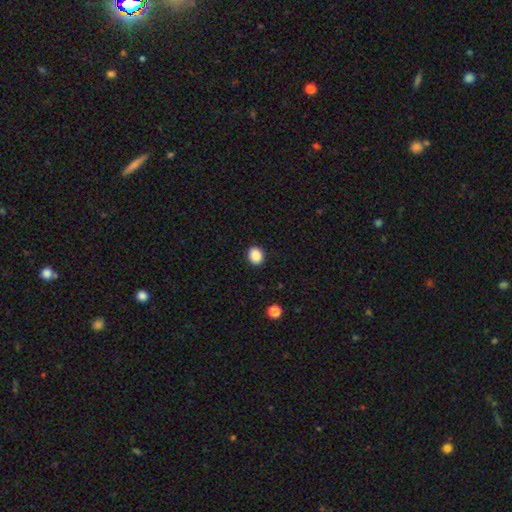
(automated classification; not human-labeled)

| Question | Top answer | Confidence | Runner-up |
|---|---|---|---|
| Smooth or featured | smooth | 87% | star or artifact (9%) |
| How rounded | round | 67% | in between (32%) |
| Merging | none | 92% | minor disturbance (5%) |